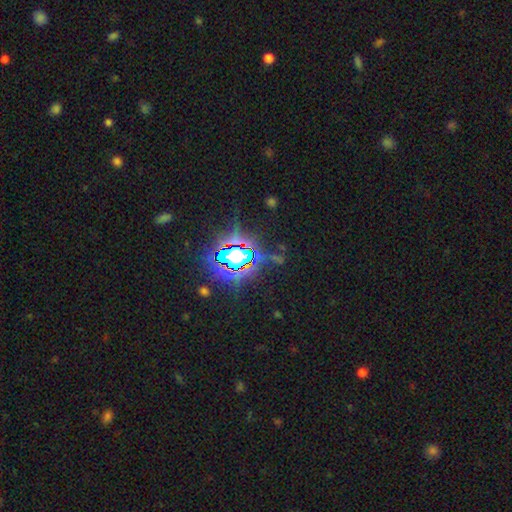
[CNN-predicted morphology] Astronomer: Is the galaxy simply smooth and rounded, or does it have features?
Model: star or artifact — 85%.